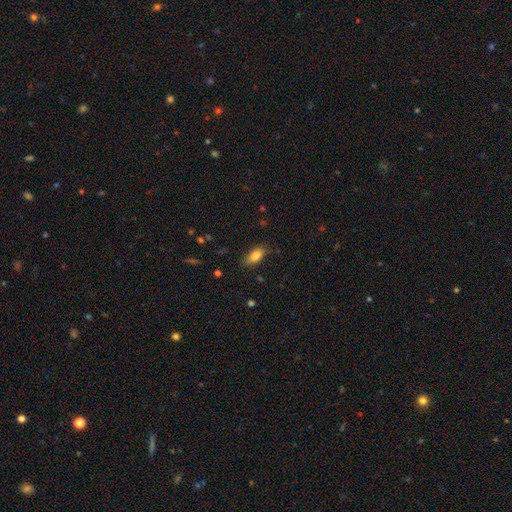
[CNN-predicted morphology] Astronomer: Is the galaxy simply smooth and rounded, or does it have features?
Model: smooth — 81%.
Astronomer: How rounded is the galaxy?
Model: in between — 84%.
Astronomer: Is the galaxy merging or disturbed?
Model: none — 81%.